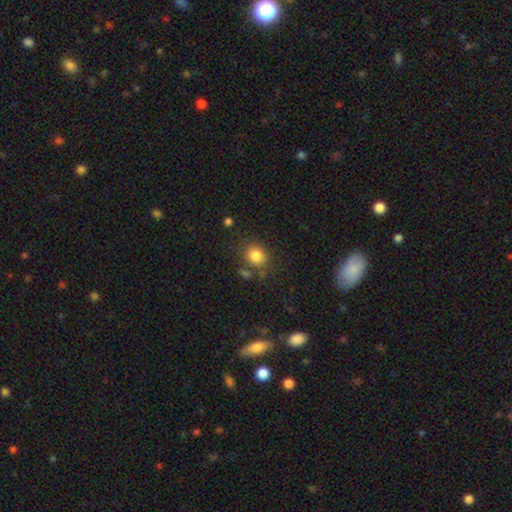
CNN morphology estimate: Smooth or featured? smooth (82%)
How rounded? round (73%)
Merging? none (75%)